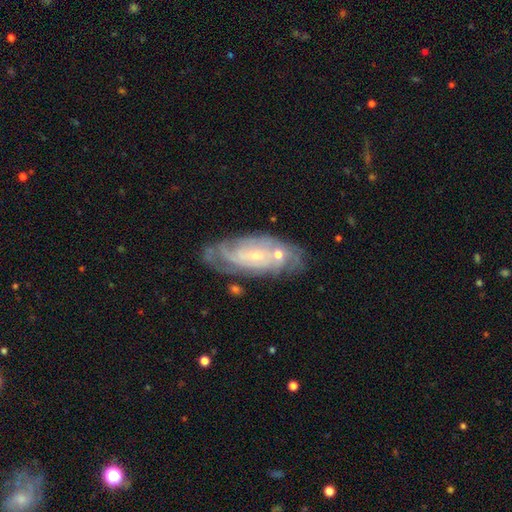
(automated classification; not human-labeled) Morphology: type=featured or disk (77%); edge-on=no (90%); bar=no (63%); spiral arms=yes (91%); winding=tight (64%); arm count=can't tell (45%); bulge=small (76%); merging=none (64%).